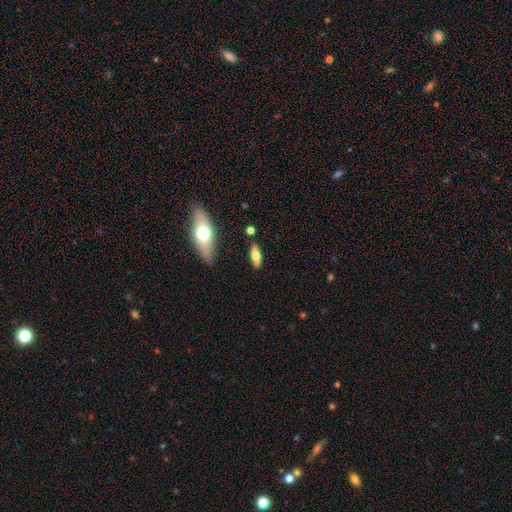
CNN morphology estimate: This appears to be a smooth galaxy with no disk features (62%) that is in between round and cigar-shaped (61%). Merging: none (84%).